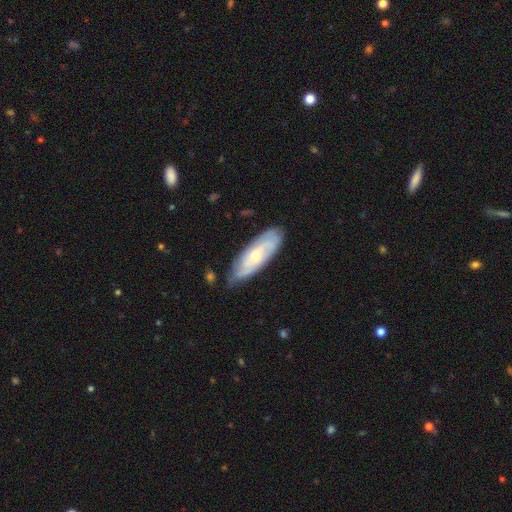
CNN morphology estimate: smooth-or-featured: featured or disk: 62% | smooth: 32% | star or artifact: 6%
  disk-edge-on: no: 80% | yes: 20%
  merging: none: 75% | minor disturbance: 19% | major disturbance: 3% | merger: 2%